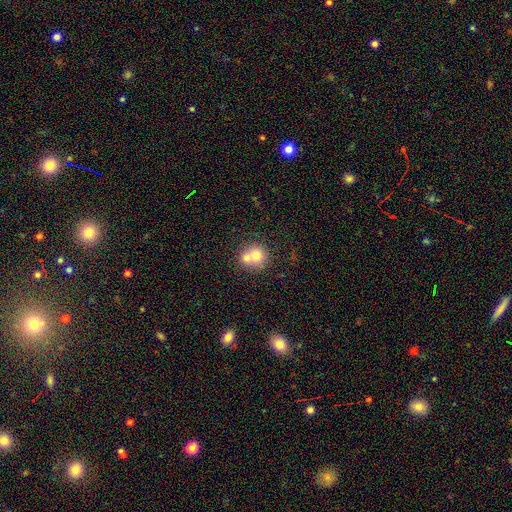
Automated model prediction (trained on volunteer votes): The model was most divided on "merging": merger: 54%, none: 37%, minor disturbance: 7%, major disturbance: 3%. More confident: how rounded — round (85%); smooth or featured — smooth (69%).